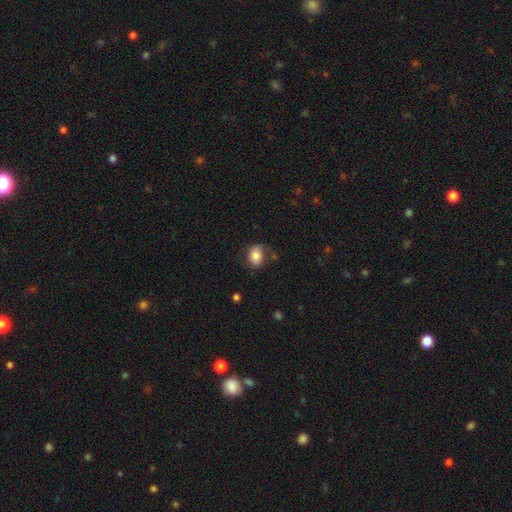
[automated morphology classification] Smooth or featured? Predicted: smooth (p=0.75). How rounded? Predicted: in between (p=0.63). Merging? Predicted: none (p=0.60).